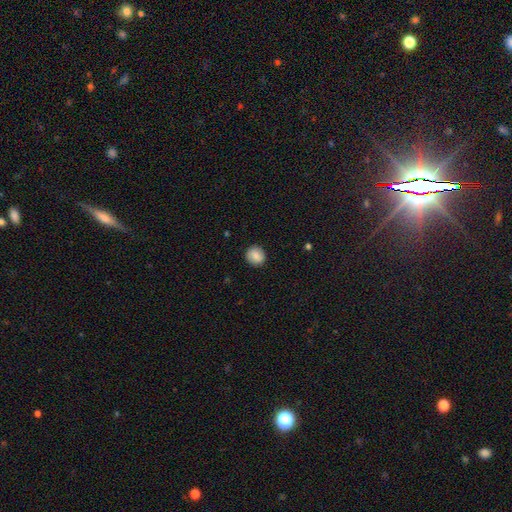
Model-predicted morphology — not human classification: A smooth galaxy with no disk features (85%) that is round (87%).

Vote fractions:
- Smooth or featured? smooth: 85% / star or artifact: 8% / featured or disk: 6%
- How rounded? round: 87% / in between: 12% / cigar-shaped: 1%
- Merging? none: 89% / minor disturbance: 8% / major disturbance: 2% / merger: 1%